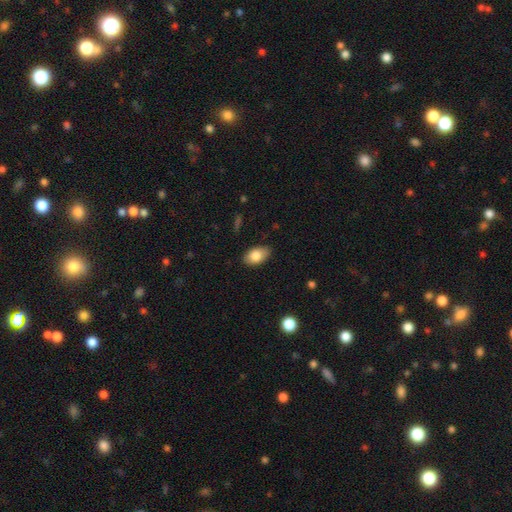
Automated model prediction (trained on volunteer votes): Morphology: type=smooth (82%); roundness=in between (92%); merging=none (84%).